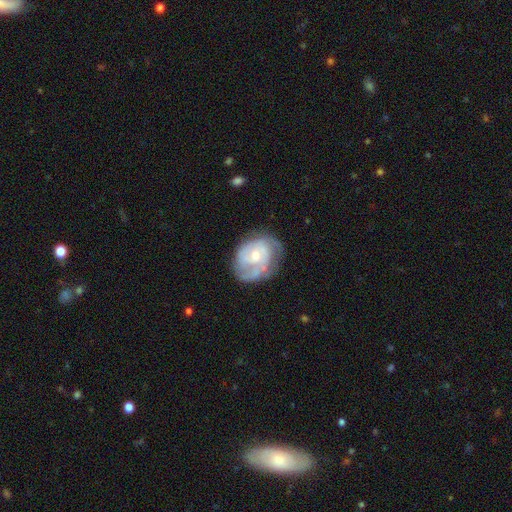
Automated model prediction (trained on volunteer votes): Q: Smooth or featured?
A: featured or disk (69%); runner-up: smooth (24%)
Q: Edge-on disk?
A: no (97%); runner-up: yes (3%)
Q: Bar?
A: no (70%); runner-up: weak (26%)
Q: Spiral arms?
A: yes (77%); runner-up: no (23%)
Q: Spiral winding?
A: tight (47%); runner-up: medium (37%)
Q: Spiral arm count?
A: can't tell (37%); runner-up: 2 (32%)
Q: Bulge size?
A: small (49%); runner-up: moderate (46%)
Q: Merging?
A: none (51%); runner-up: minor disturbance (28%)